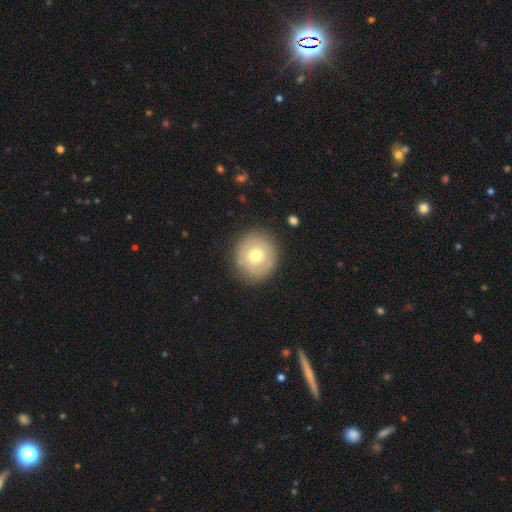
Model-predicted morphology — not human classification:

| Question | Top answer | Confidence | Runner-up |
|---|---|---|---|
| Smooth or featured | smooth | 62% | featured or disk (30%) |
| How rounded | round | 85% | in between (14%) |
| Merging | none | 84% | minor disturbance (11%) |